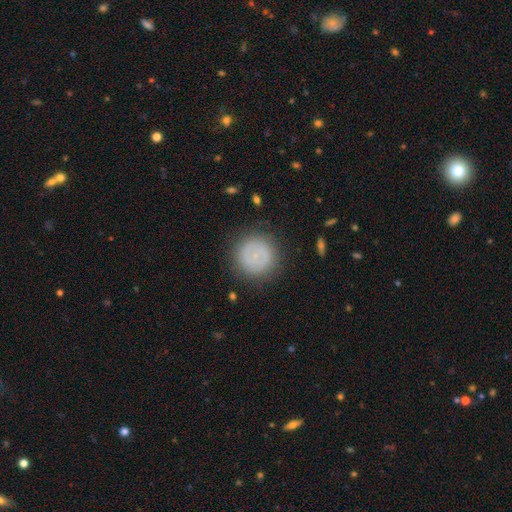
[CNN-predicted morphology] Smooth or featured?
  - smooth: 67% *
  - featured or disk: 24%
  - star or artifact: 9%
How rounded?
  - round: 94% *
  - in between: 5%
  - cigar-shaped: 1%
Merging?
  - none: 85% *
  - minor disturbance: 10%
  - major disturbance: 4%
  - merger: 1%